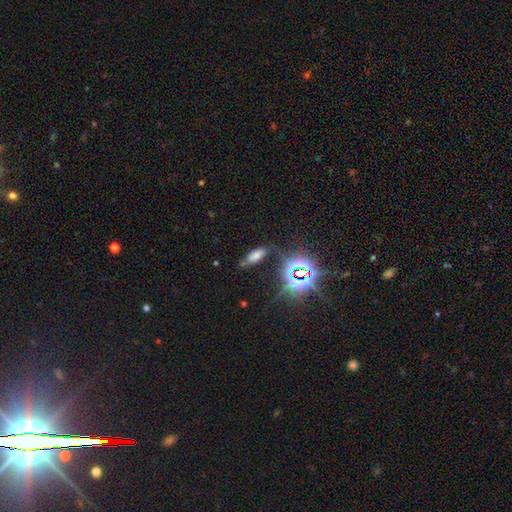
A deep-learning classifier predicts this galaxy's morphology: This is possibly a smooth galaxy (57%). How rounded: likely in between (77%). Merging: likely none (67%).